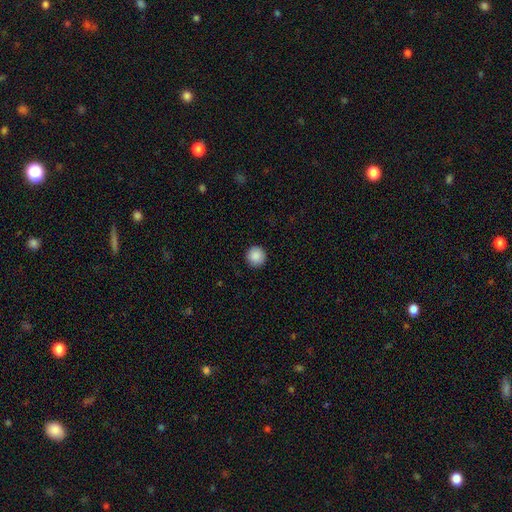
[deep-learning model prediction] Morphology: type=smooth (89%); roundness=round (96%); merging=none (92%).